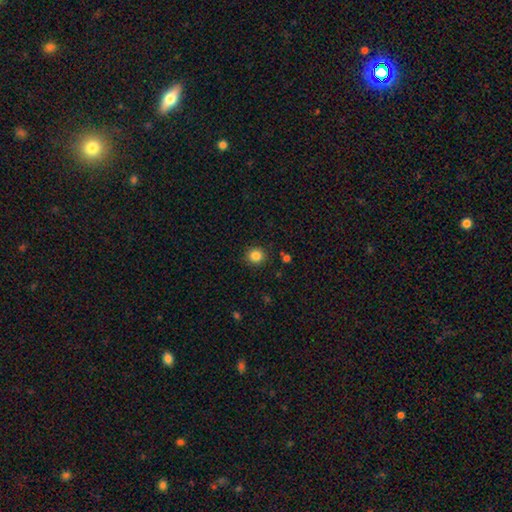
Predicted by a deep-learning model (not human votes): This appears to be a smooth galaxy with no disk features (84%) that is round (92%). Merging: none (90%).